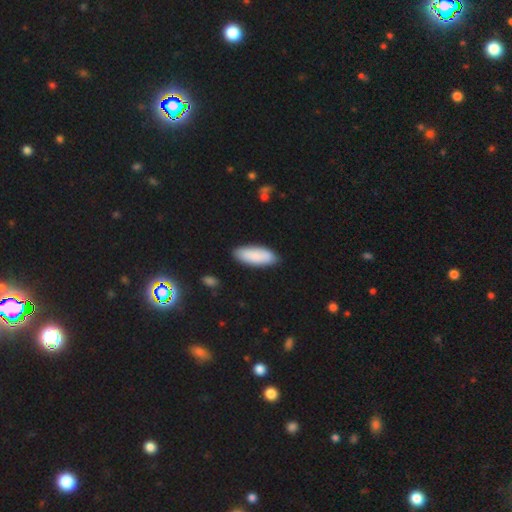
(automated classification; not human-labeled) Smooth or featured? Predicted: smooth (p=0.87). How rounded? Predicted: in between (p=0.74). Merging? Predicted: none (p=0.86).